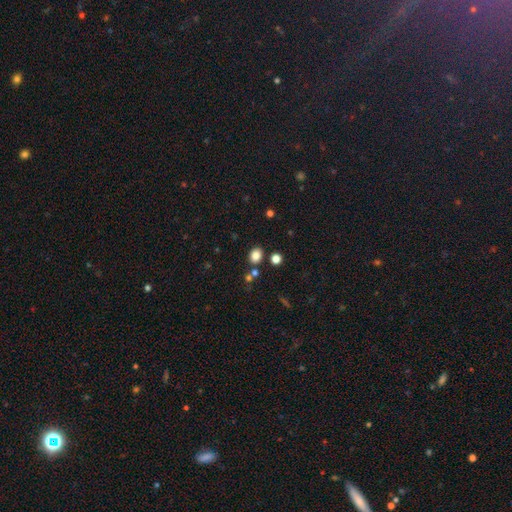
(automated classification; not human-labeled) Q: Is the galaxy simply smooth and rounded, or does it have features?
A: smooth — 83%.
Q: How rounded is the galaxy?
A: in between — 53%.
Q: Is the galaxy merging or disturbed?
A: none — 79%.